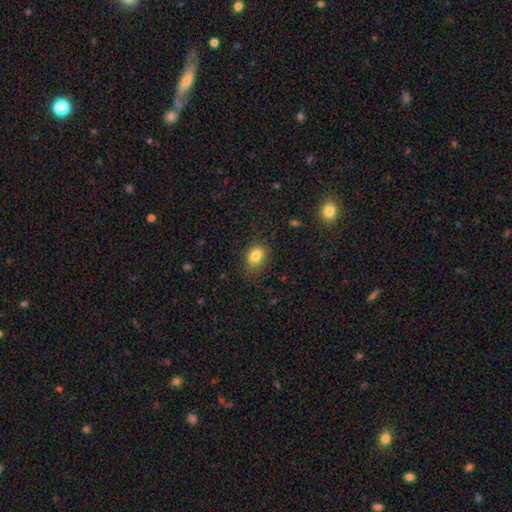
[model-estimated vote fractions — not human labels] Smooth or featured? smooth (83%)
How rounded? in between (67%)
Merging? none (78%)